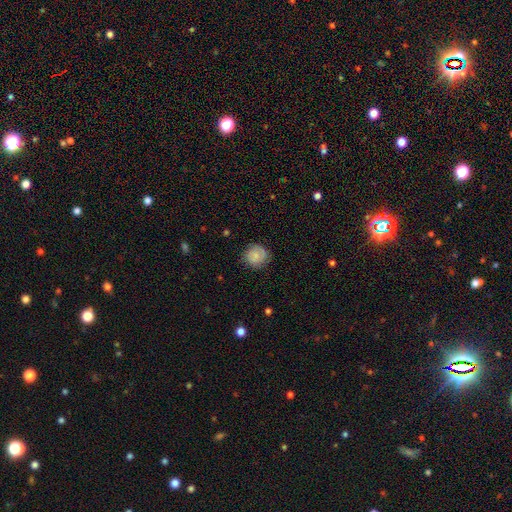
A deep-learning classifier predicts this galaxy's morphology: A smooth galaxy with no disk features (75%) that is round (88%).

Vote fractions:
- Smooth or featured? smooth: 75% / featured or disk: 18% / star or artifact: 8%
- How rounded? round: 88% / in between: 11% / cigar-shaped: 1%
- Merging? none: 76% / minor disturbance: 18% / major disturbance: 5% / merger: 1%